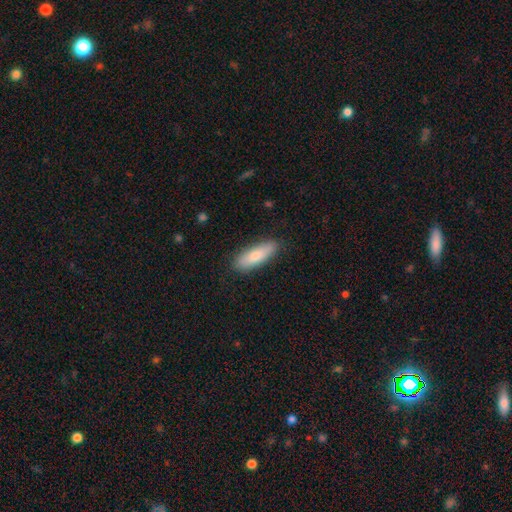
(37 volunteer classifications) Morphology: type=smooth (68%); roundness=in between (64%); merging=none (91%).